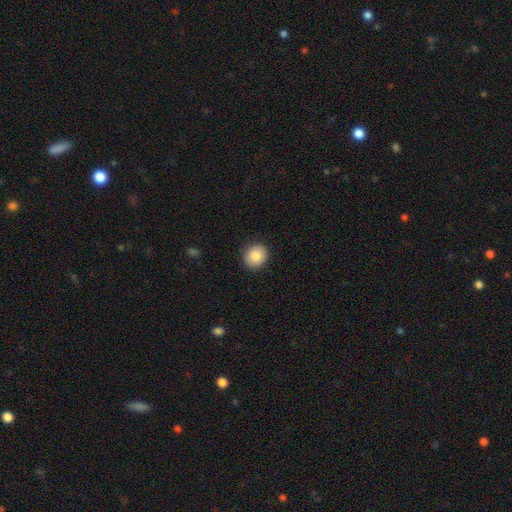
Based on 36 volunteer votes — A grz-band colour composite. It shows a smooth galaxy with no disk features (94%) that is round (62%). Merging: none (89%).